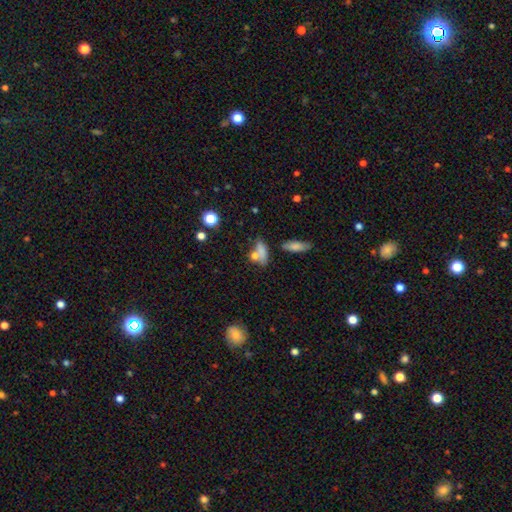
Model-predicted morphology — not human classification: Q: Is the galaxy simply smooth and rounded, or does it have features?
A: smooth — 72%.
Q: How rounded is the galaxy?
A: in between — 65%.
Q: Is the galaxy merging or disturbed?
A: merger — 38%, tied with none.